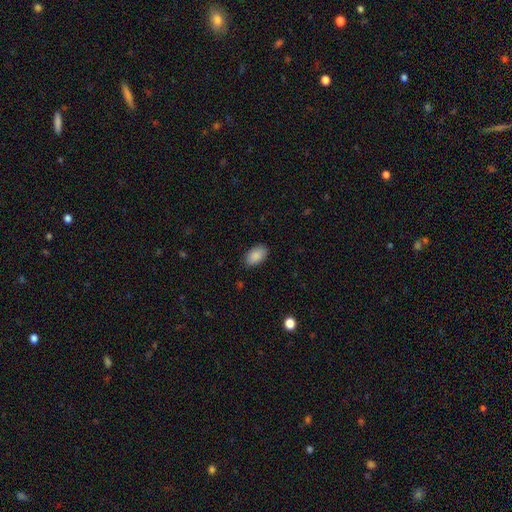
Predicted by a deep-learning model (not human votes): Smooth or featured? smooth (89%)
How rounded? in between (94%)
Merging? none (86%)